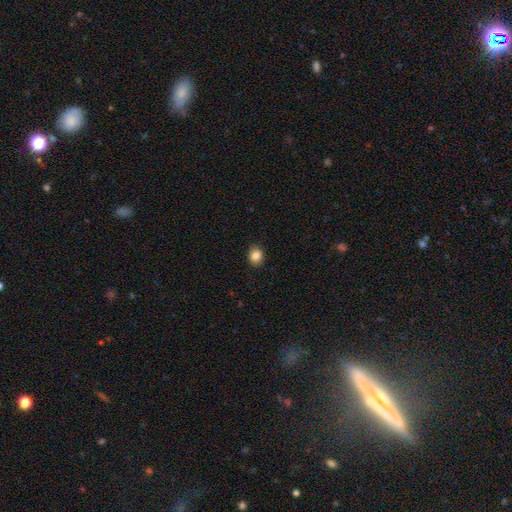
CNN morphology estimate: type=smooth (85%); roundness=round (61%); merging=none (89%).